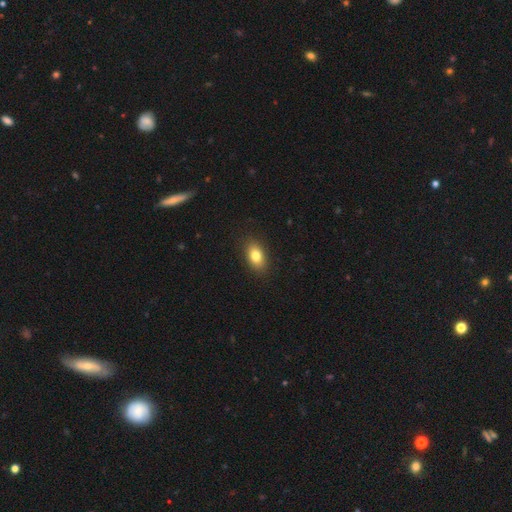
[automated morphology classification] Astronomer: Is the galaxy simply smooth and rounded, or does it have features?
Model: smooth — 81%.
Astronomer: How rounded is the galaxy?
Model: in between — 86%.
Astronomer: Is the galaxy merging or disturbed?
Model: none — 88%.